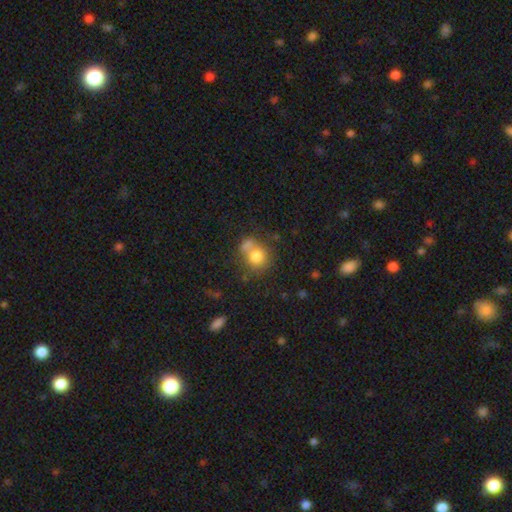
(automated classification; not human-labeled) This is likely a smooth galaxy (77%). How rounded: likely round (77%). Merging: marginally none (42%).